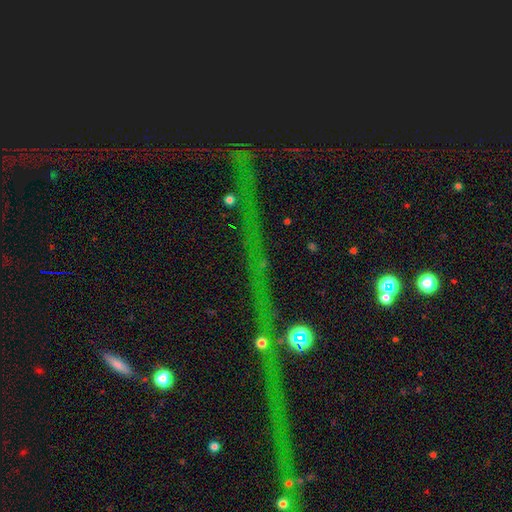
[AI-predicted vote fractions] smooth-or-featured: star or artifact: 83% | featured or disk: 9% | smooth: 8%